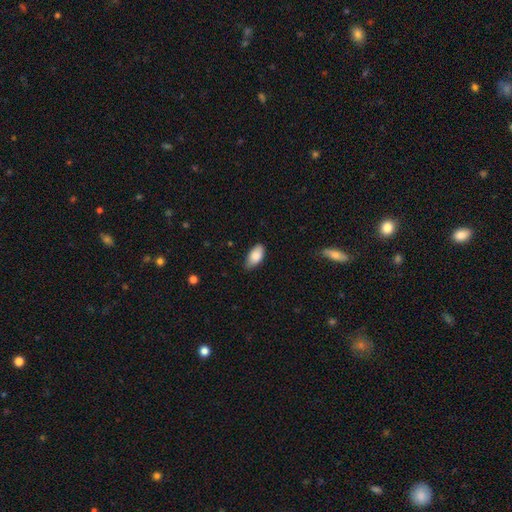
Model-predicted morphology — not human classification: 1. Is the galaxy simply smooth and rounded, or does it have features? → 86% smooth, 7% featured or disk, 6% star or artifact.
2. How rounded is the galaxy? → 93% in between, 4% cigar-shaped, 3% round.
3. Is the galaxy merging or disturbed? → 65% none, 30% minor disturbance, 4% major disturbance, 1% merger.